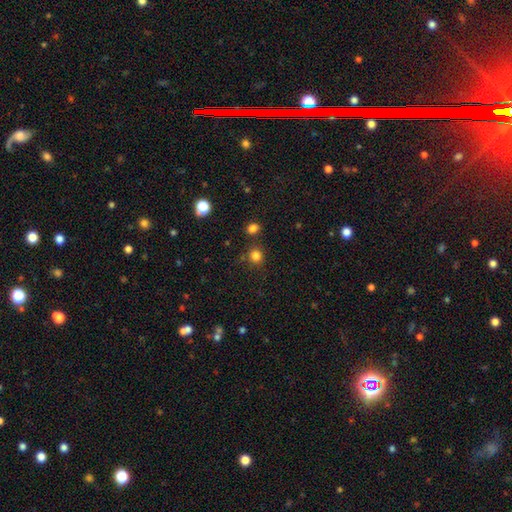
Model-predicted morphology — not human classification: Smooth or featured?
  - smooth: 80% *
  - star or artifact: 15%
  - featured or disk: 4%
How rounded?
  - round: 91% *
  - in between: 8%
  - cigar-shaped: 1%
Merging?
  - none: 80% *
  - minor disturbance: 9%
  - merger: 7%
  - major disturbance: 3%